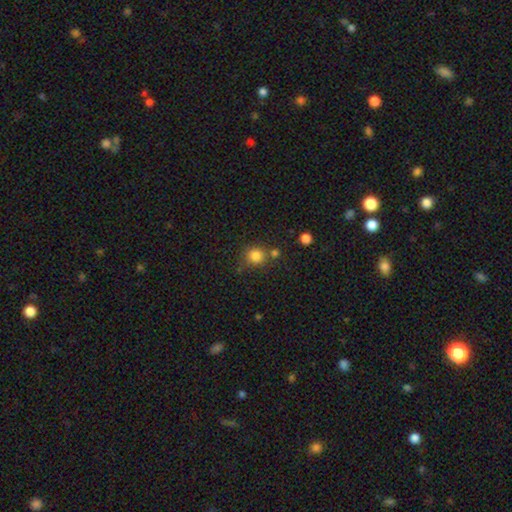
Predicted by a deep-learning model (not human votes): smooth_or_featured: smooth (p=0.83) [alt: star or artifact p=0.12]
how_rounded: round (p=0.89) [alt: in between p=0.10]
merging: none (p=0.70) [alt: merger p=0.15]